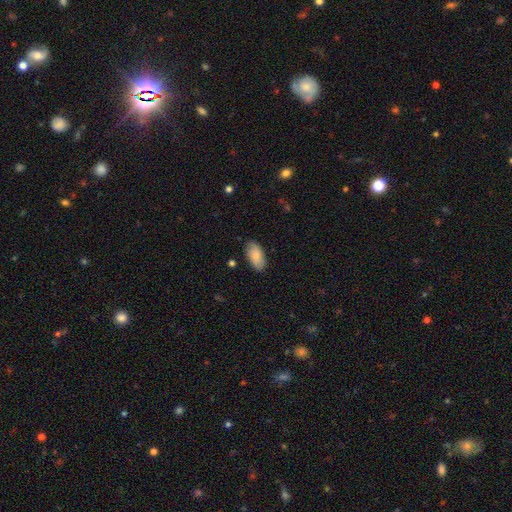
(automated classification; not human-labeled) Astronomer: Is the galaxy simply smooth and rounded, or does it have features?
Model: smooth — 81%.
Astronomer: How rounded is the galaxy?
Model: in between — 94%.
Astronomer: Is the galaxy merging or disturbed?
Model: none — 84%.